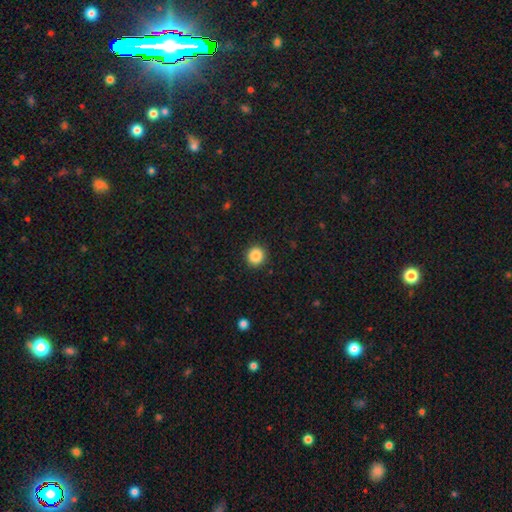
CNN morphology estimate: Overall: smooth (88%). How rounded: round (93%). Merging: none (92%).